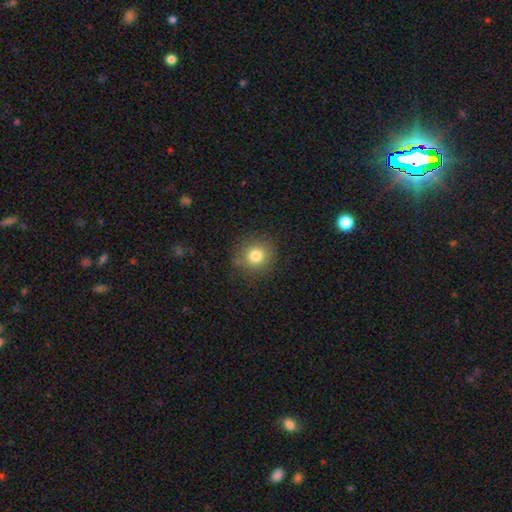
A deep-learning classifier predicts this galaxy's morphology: Overall: smooth (80%). How rounded: round (87%). Merging: none (84%).